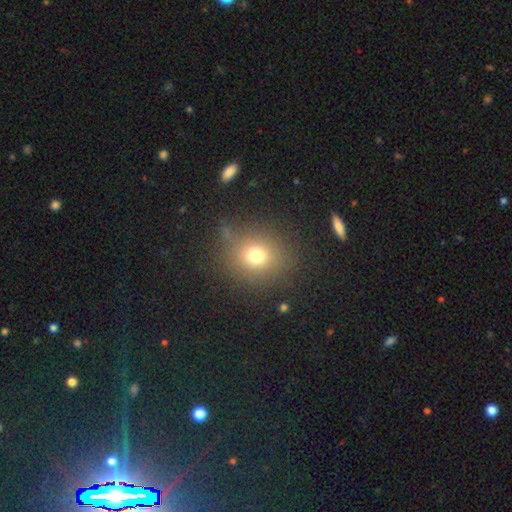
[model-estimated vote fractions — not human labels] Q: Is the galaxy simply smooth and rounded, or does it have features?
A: smooth — 72%.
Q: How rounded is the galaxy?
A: round — 82%.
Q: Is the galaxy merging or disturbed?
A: none — 79%.